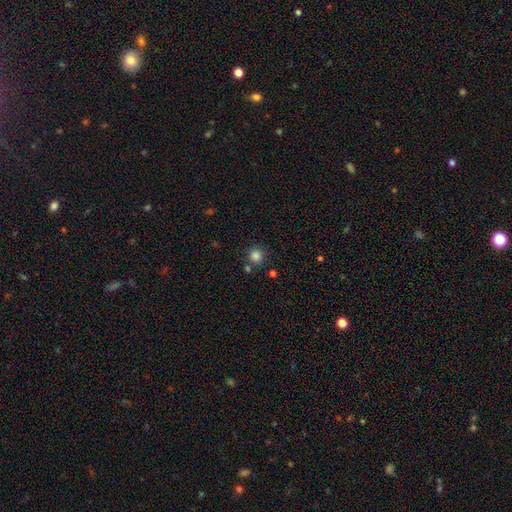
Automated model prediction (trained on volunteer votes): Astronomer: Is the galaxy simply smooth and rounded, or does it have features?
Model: smooth — 84%.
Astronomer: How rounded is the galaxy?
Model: round — 93%.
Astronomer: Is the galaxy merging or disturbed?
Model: none — 78%.